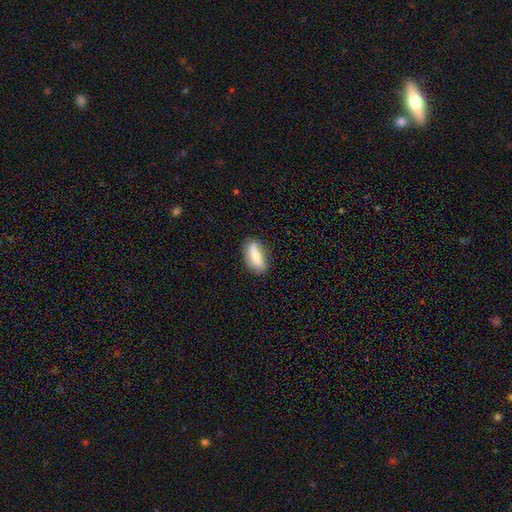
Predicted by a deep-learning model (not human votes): A smooth galaxy with no disk features (61%) that is in between round and cigar-shaped (75%). Merging: none (81%).